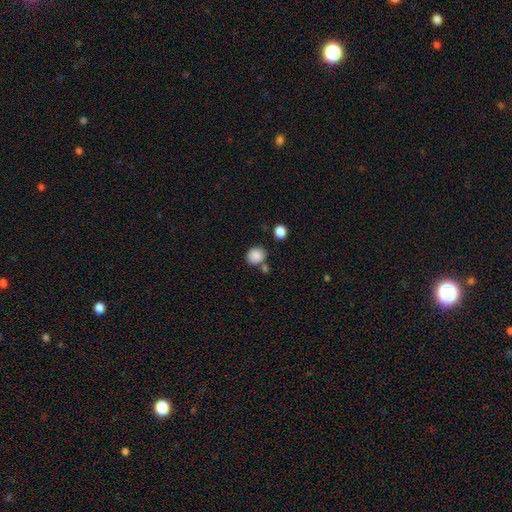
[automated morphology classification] Q: Smooth or featured?
A: smooth (87%); runner-up: star or artifact (9%)
Q: How rounded?
A: round (69%); runner-up: in between (30%)
Q: Merging?
A: none (69%); runner-up: merger (14%)